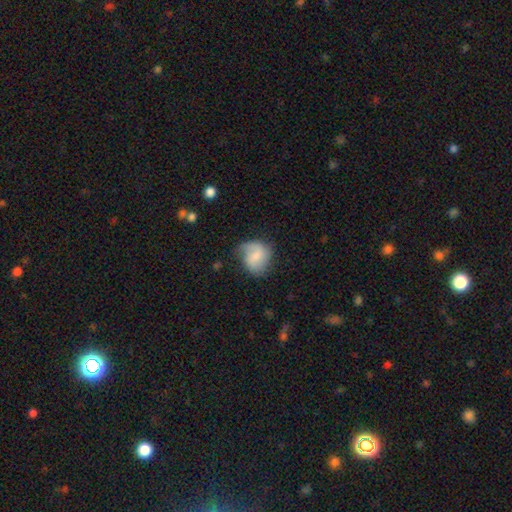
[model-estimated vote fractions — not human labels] Smooth or featured?
  - smooth: 55% *
  - featured or disk: 37%
  - star or artifact: 8%
How rounded?
  - round: 65% *
  - in between: 34%
  - cigar-shaped: 1%
Merging?
  - none: 48% *
  - minor disturbance: 32%
  - major disturbance: 17%
  - merger: 2%